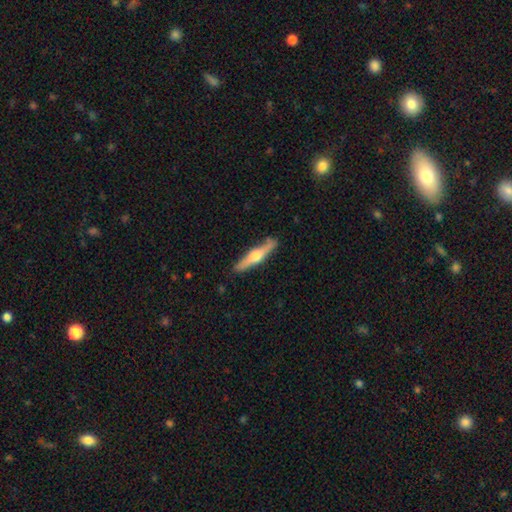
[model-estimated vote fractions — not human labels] smooth_or_featured: featured or disk (p=0.62) [alt: smooth p=0.33]
disk_edge_on: yes (p=0.97) [alt: no p=0.03]
edge_on_bulge: rounded (p=0.94) [alt: boxy p=0.04]
merging: none (p=0.88) [alt: minor disturbance p=0.09]